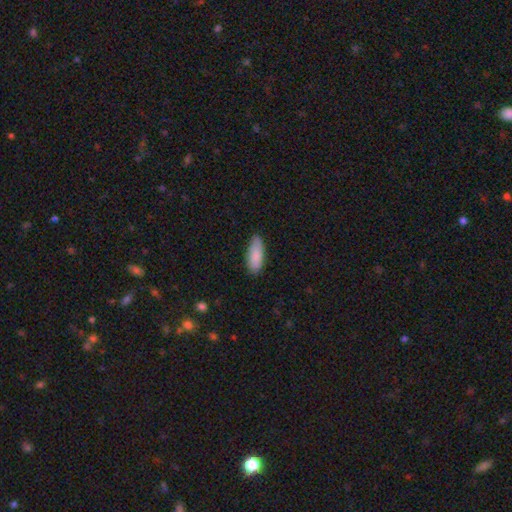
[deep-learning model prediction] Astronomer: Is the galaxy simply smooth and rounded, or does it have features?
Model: smooth — 88%.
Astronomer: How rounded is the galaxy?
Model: in between — 70%.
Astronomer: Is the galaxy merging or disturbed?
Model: none — 83%.